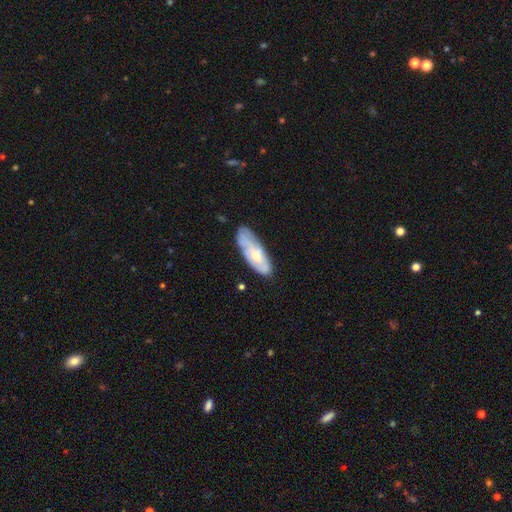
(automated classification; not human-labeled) Smooth or featured: featured or disk — 56% (smooth — 38%)
Edge-on disk: no — 78% (yes — 22%)
Merging: none — 69% (minor disturbance — 23%)